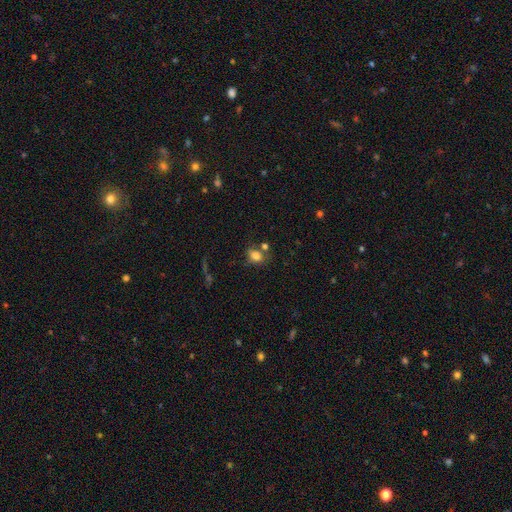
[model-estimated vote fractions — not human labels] The model was most divided on "how rounded": in between: 55%, round: 44%, cigar-shaped: 1%. More confident: smooth or featured — smooth (79%); merging — none (55%).